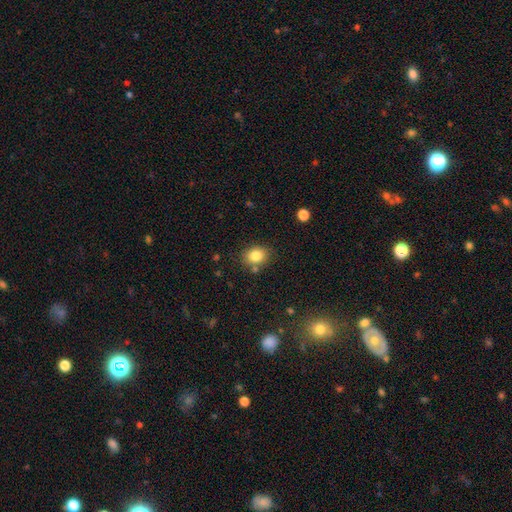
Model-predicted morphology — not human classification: The model was most divided on "how rounded": round: 51%, in between: 49%, cigar-shaped: 1%. More confident: smooth or featured — smooth (82%); merging — none (76%).